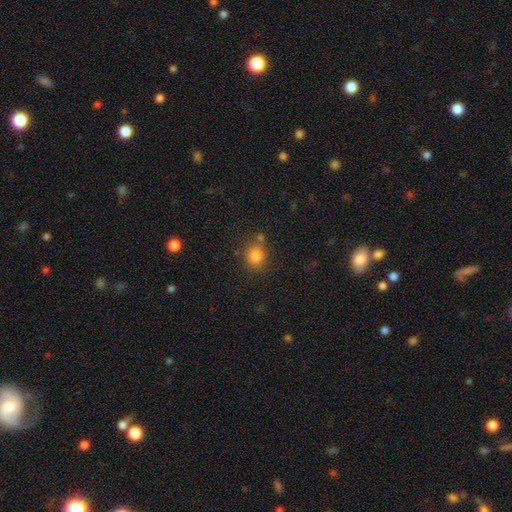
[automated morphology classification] A smooth galaxy with no disk features (82%) that is round (81%).

Vote fractions:
- Smooth or featured? smooth: 82% / star or artifact: 12% / featured or disk: 6%
- How rounded? round: 81% / in between: 18% / cigar-shaped: 1%
- Merging? none: 73% / minor disturbance: 13% / merger: 10% / major disturbance: 4%